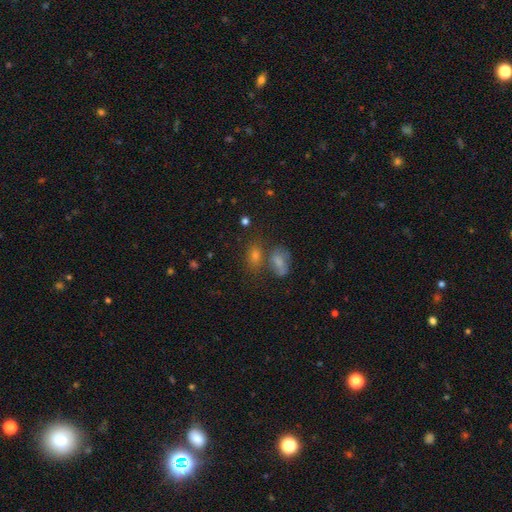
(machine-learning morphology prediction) This is possibly a smooth galaxy (56%). How rounded: likely in between (73%). Merging: possibly none (49%).